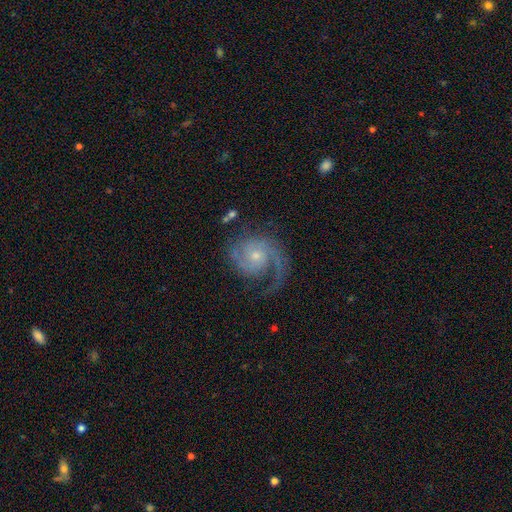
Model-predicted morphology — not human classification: smooth-or-featured: featured or disk: 89% | smooth: 6% | star or artifact: 6%
  disk-edge-on: no: 98% | yes: 2%
    bar: no: 72% | weak: 24% | strong: 4%
    has-spiral-arms: yes: 98% | no: 2%
      spiral-winding: medium: 48% | tight: 36% | loose: 16%
      spiral-arm-count: 2: 67% | 1: 15% | 3: 8% | can't tell: 6% | 4: 2% | more than 4: 2%
    bulge-size: small: 58% | moderate: 36% | none: 3% | large: 2% | dominant: 1%
  merging: none: 66% | minor disturbance: 18% | major disturbance: 15% | merger: 2%